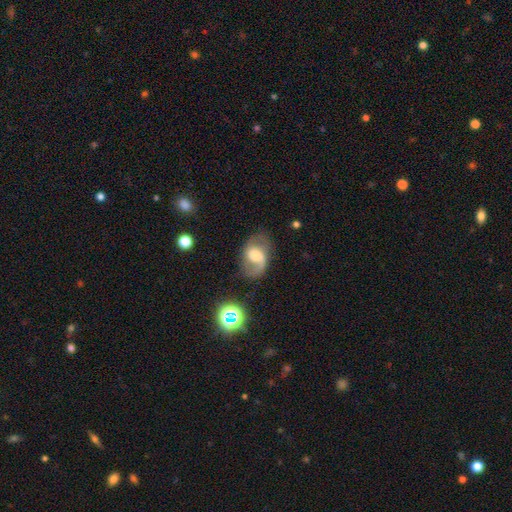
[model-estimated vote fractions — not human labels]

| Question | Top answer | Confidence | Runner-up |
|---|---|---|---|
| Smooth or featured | featured or disk | 67% | smooth (24%) |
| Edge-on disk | no | 97% | yes (3%) |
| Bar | weak | 45% | no (42%) |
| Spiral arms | yes | 90% | no (10%) |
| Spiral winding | loose | 44% | medium (43%) |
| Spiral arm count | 2 | 69% | 1 (22%) |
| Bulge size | moderate | 41% | large (24%) |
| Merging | none | 60% | minor disturbance (22%) |